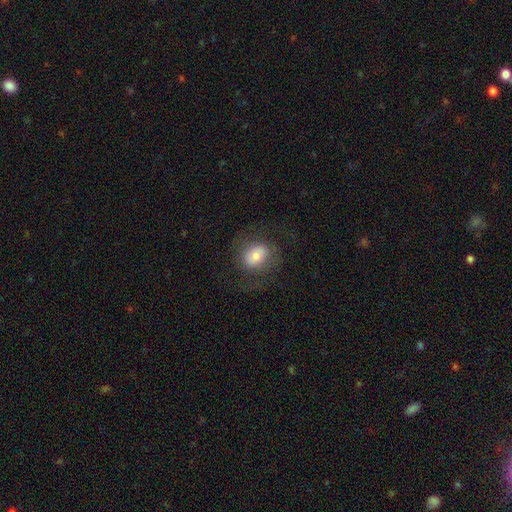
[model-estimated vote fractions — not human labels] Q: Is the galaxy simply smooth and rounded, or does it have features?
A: smooth — 63%.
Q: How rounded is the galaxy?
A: in between — 55%.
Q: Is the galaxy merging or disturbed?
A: none — 71%.